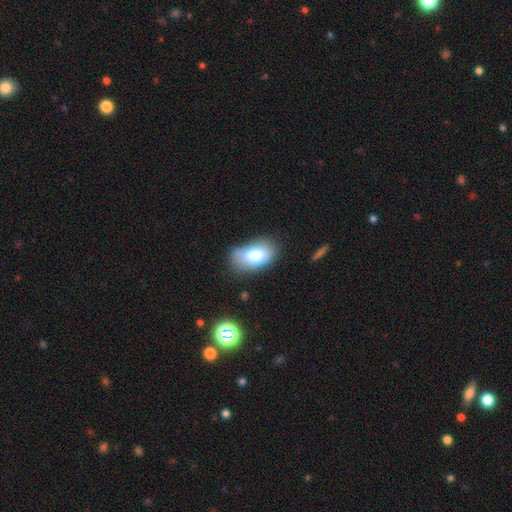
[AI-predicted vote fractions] A smooth galaxy with no disk features (77%) that is in between round and cigar-shaped (91%). Merging: none (59%).